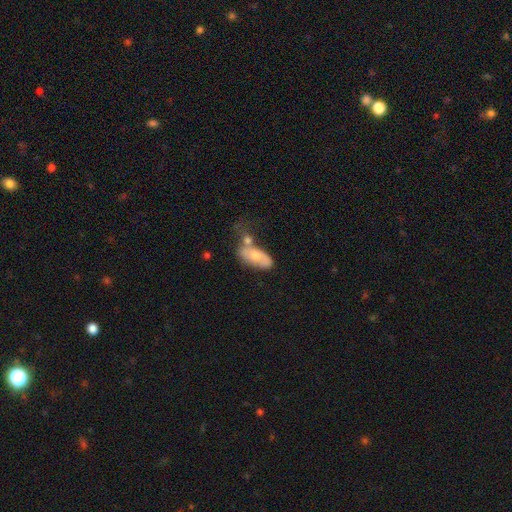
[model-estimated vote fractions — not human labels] This is likely a smooth galaxy (64%). How rounded: clearly in between (86%). Merging: marginally merger (35%).